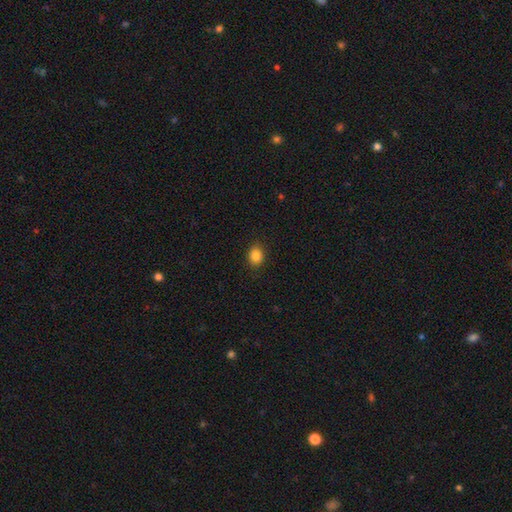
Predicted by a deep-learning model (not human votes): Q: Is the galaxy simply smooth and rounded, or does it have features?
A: smooth — 86%.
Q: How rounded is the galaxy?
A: in between — 51%.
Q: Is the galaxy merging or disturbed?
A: none — 89%.